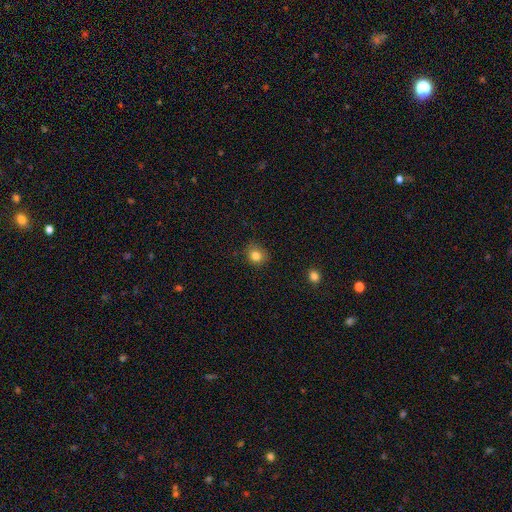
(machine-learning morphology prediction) The model was most divided on "how rounded": round: 70%, in between: 29%, cigar-shaped: 1%. More confident: smooth or featured — smooth (82%); merging — none (76%).